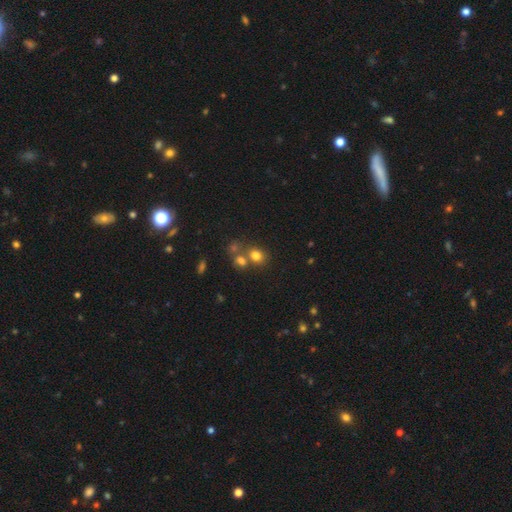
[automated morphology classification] This is likely a smooth galaxy (76%). How rounded: likely round (60%). Merging: possibly none (52%).